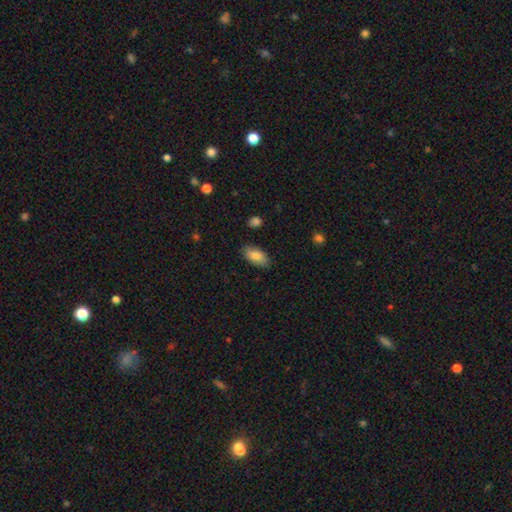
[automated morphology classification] This is clearly a smooth galaxy (82%). How rounded: clearly in between (92%). Merging: clearly none (84%).